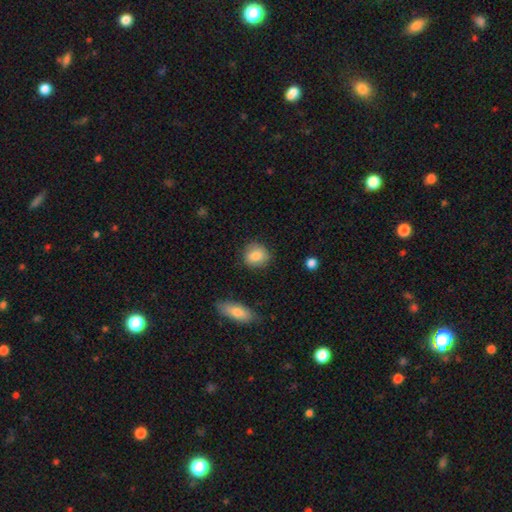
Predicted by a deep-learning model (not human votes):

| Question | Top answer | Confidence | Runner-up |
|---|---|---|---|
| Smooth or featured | smooth | 85% | featured or disk (8%) |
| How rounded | round | 67% | in between (31%) |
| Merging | none | 79% | minor disturbance (16%) |